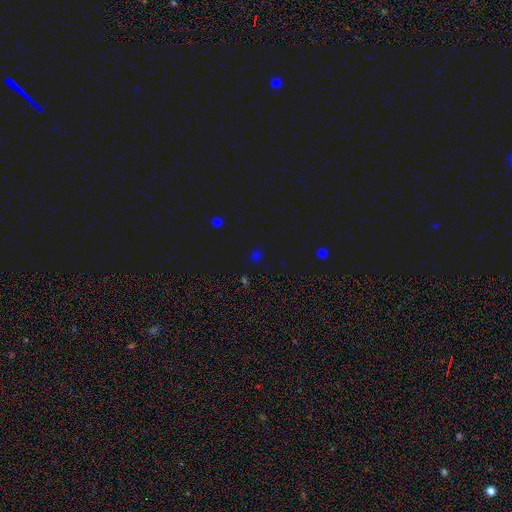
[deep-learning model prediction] smooth-or-featured: smooth: 48% | star or artifact: 47% | featured or disk: 6%
  merging: none: 80% | minor disturbance: 12% | major disturbance: 5% | merger: 4%